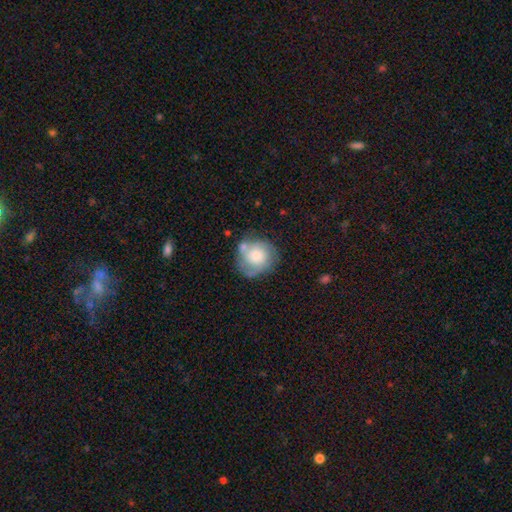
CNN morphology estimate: Smooth or featured? Predicted: smooth (p=0.50). How rounded? Predicted: round (p=0.82). Merging? Predicted: none (p=0.57).